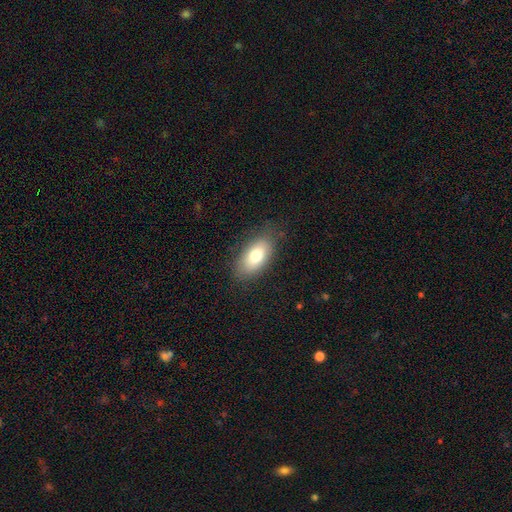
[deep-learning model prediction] A smooth galaxy with no disk features (77%) that is in between round and cigar-shaped (91%). Merging: none (80%).